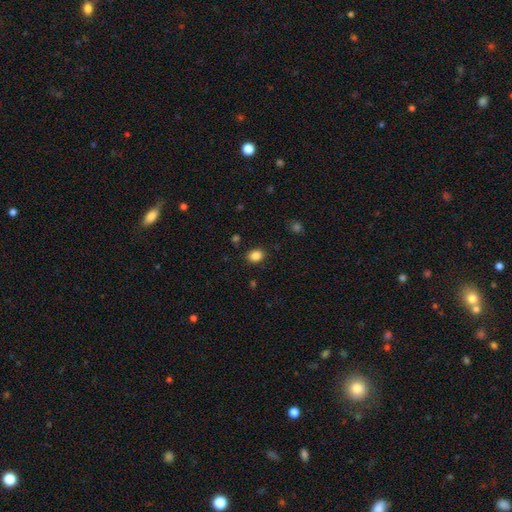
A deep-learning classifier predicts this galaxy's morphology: Smooth or featured: smooth — 85% (star or artifact — 10%)
How rounded: in between — 62% (round — 37%)
Merging: none — 86% (minor disturbance — 9%)